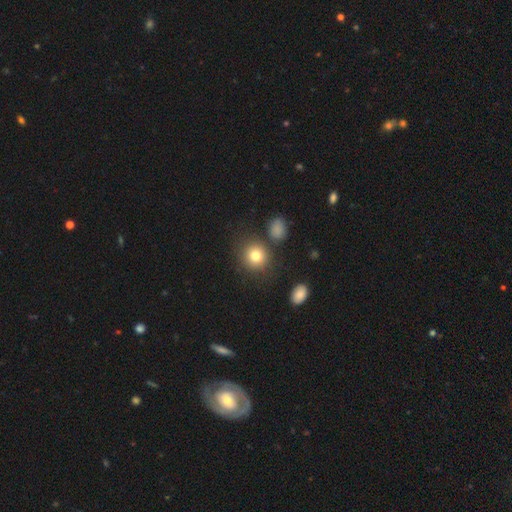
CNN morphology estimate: The model was most divided on "smooth or featured": smooth: 80%, star or artifact: 11%, featured or disk: 8%. More confident: how rounded — round (88%); merging — none (81%).